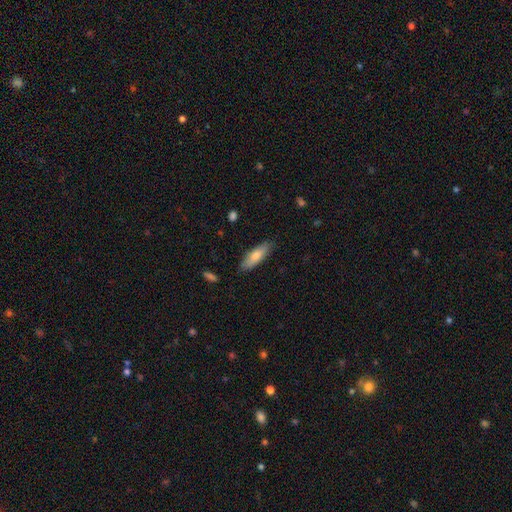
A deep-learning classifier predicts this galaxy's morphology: Overall: smooth (74%). How rounded: cigar-shaped (50%; in between 48%). Merging: none (85%).